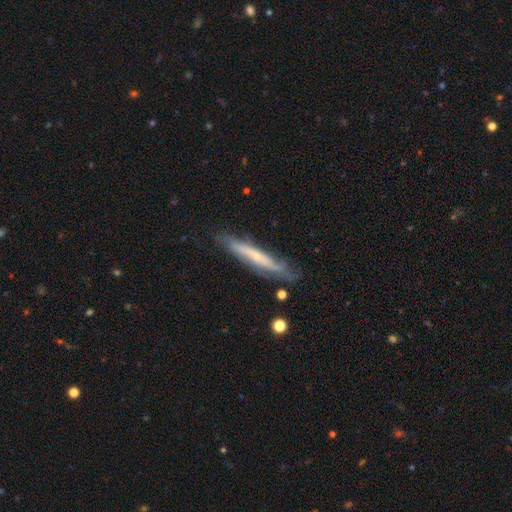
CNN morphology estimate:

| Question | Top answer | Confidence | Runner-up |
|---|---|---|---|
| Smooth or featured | featured or disk | 62% | smooth (31%) |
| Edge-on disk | yes | 80% | no (20%) |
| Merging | none | 73% | minor disturbance (20%) |